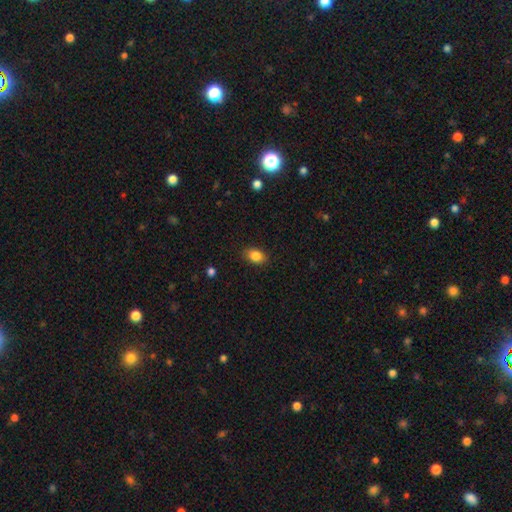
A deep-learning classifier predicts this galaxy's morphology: Smooth or featured: smooth — 86% (star or artifact — 9%)
How rounded: in between — 76% (round — 23%)
Merging: none — 86% (minor disturbance — 10%)